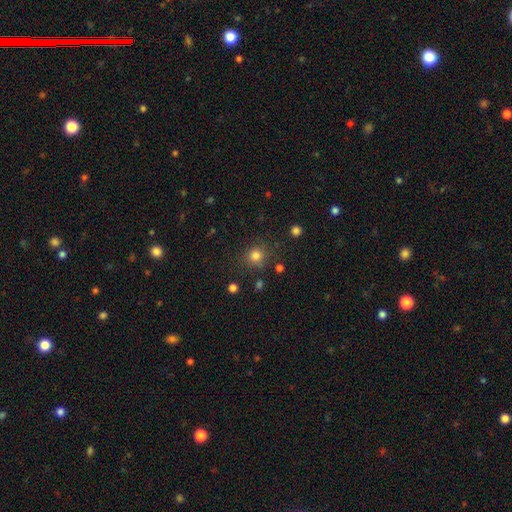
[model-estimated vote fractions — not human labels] This is clearly a smooth galaxy (81%). How rounded: clearly round (89%). Merging: clearly none (81%).